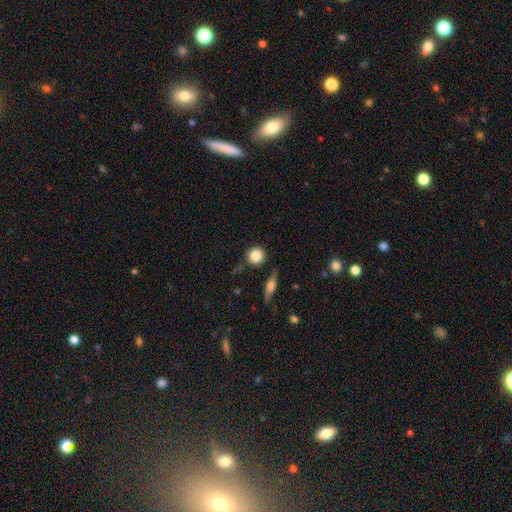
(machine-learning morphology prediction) This is clearly a smooth galaxy (84%). How rounded: clearly round (92%). Merging: clearly none (85%).